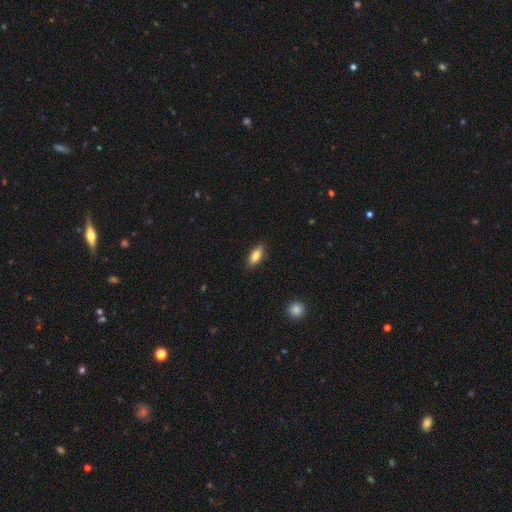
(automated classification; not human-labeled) smooth-or-featured: smooth: 82% | featured or disk: 11% | star or artifact: 7%
  how-rounded: in between: 77% | cigar-shaped: 20% | round: 3%
  merging: none: 87% | minor disturbance: 10% | major disturbance: 2% | merger: 1%